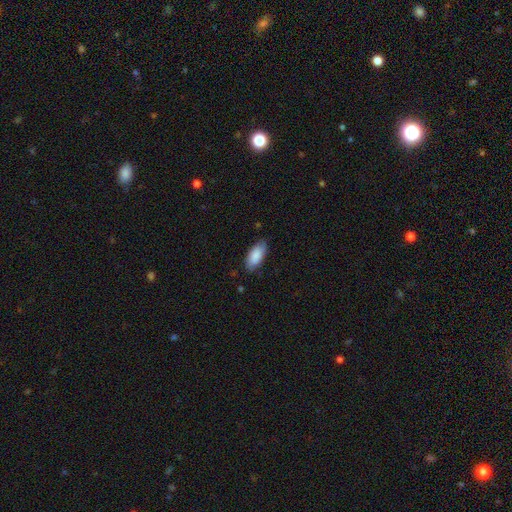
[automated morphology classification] A smooth galaxy with no disk features (87%) that is in between round and cigar-shaped (89%). Merging: none (78%).